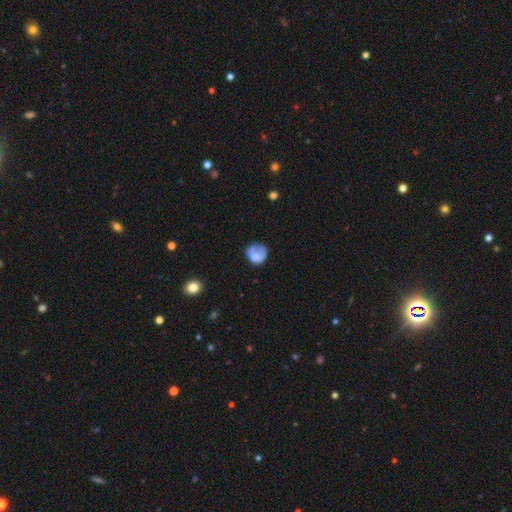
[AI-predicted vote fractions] Smooth or featured? Predicted: smooth (p=0.63). How rounded? Predicted: round (p=0.75). Merging? Predicted: none (p=0.46).